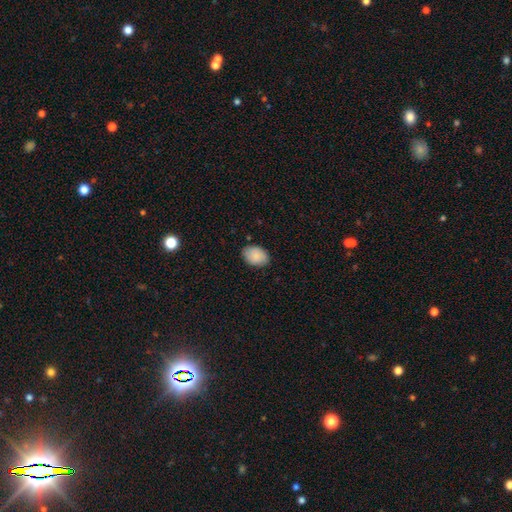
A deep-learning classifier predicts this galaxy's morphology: A smooth galaxy with no disk features (88%) that is in between round and cigar-shaped (79%). Merging: none (84%).